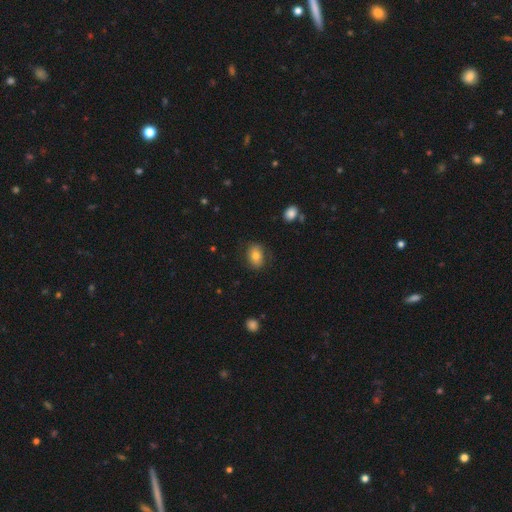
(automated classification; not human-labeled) Smooth or featured?
  - smooth: 74% *
  - featured or disk: 17%
  - star or artifact: 9%
How rounded?
  - in between: 69% *
  - round: 30%
  - cigar-shaped: 1%
Merging?
  - none: 79% *
  - minor disturbance: 15%
  - major disturbance: 5%
  - merger: 1%